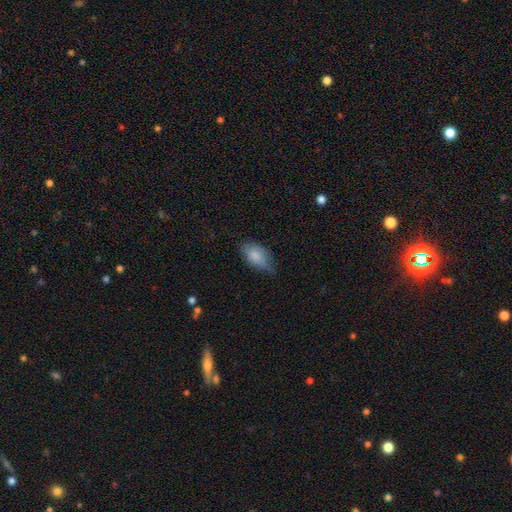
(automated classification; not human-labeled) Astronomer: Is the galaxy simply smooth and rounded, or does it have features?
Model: smooth — 82%.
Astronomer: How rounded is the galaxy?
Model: in between — 92%.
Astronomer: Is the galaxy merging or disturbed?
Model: none — 53% (runner-up: minor disturbance, 38%).